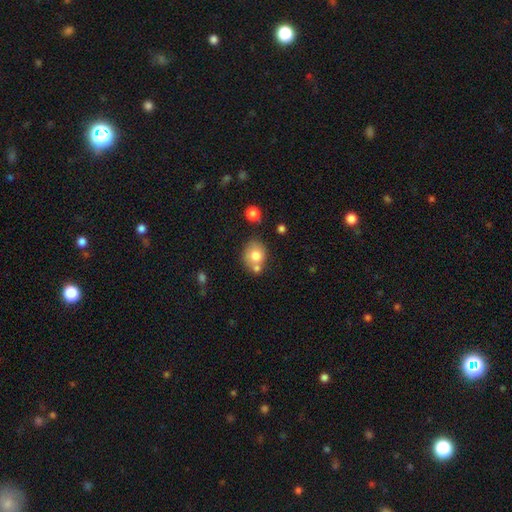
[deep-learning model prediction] Smooth or featured? Predicted: smooth (p=0.75). How rounded? Predicted: round (p=0.68). Merging? Predicted: none (p=0.56).